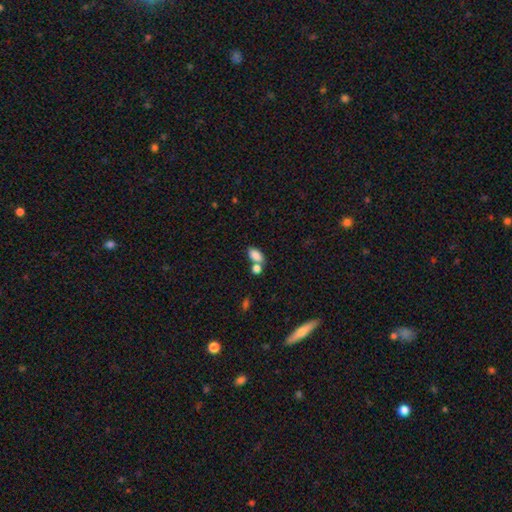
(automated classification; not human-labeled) A smooth galaxy with no disk features (84%) that is in between round and cigar-shaped (90%). Merging: none (46%).